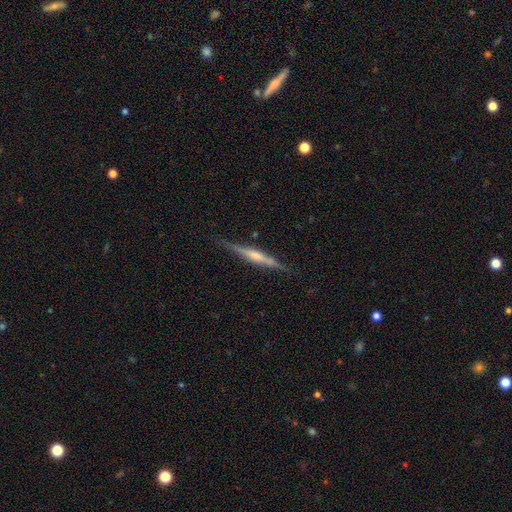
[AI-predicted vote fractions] Q: Smooth or featured?
A: featured or disk (74%); runner-up: smooth (20%)
Q: Edge-on disk?
A: yes (98%); runner-up: no (2%)
Q: Edge-on bulge?
A: rounded (66%); runner-up: none (21%)
Q: Merging?
A: none (86%); runner-up: minor disturbance (11%)